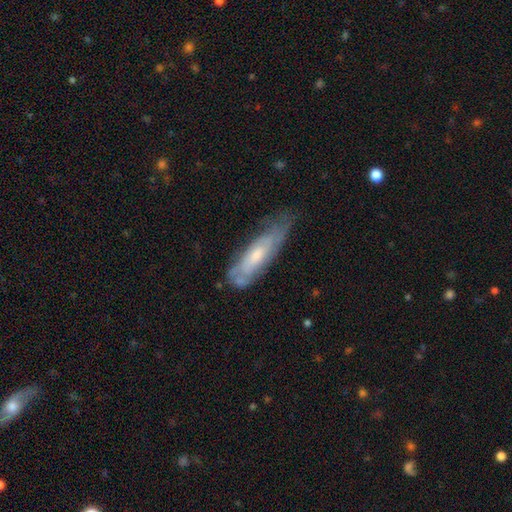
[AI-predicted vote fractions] Smooth or featured? featured or disk (57%)
Edge-on disk? no (68%)
Merging? none (50%)